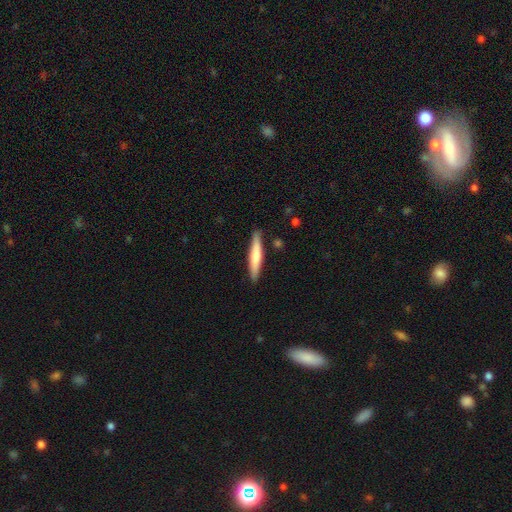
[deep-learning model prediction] Q: Smooth or featured?
A: smooth (61%); runner-up: featured or disk (34%)
Q: How rounded?
A: cigar-shaped (92%); runner-up: in between (7%)
Q: Merging?
A: none (88%); runner-up: minor disturbance (9%)